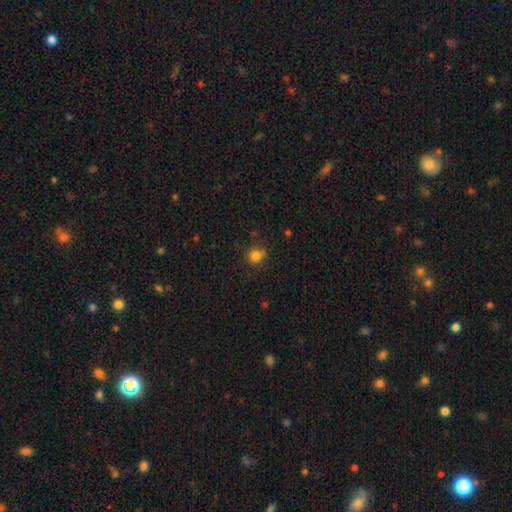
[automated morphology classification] Q: Smooth or featured?
A: smooth (81%); runner-up: star or artifact (13%)
Q: How rounded?
A: round (80%); runner-up: in between (19%)
Q: Merging?
A: none (72%); runner-up: minor disturbance (19%)